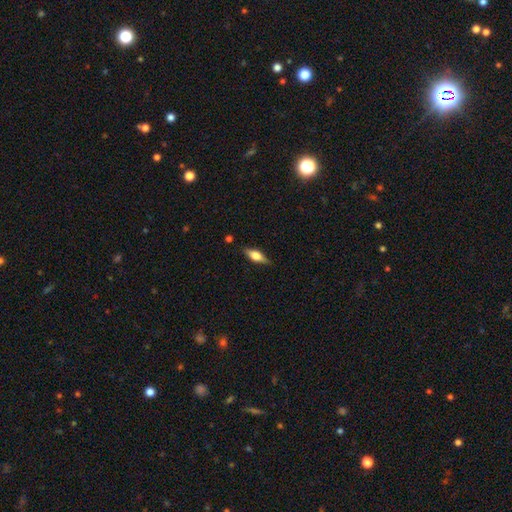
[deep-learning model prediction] smooth-or-featured: smooth: 47% | featured or disk: 46% | star or artifact: 7%
  merging: none: 83% | minor disturbance: 12% | major disturbance: 3% | merger: 2%